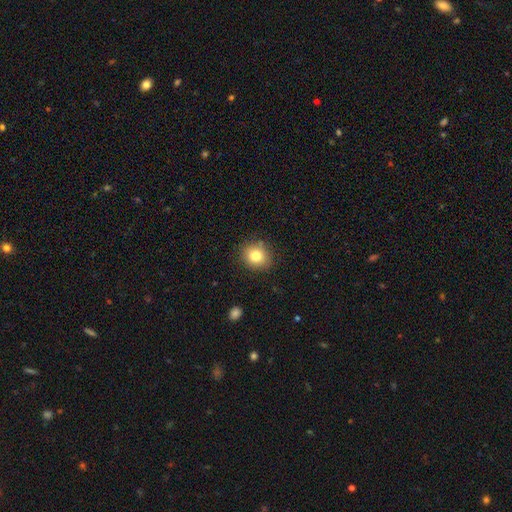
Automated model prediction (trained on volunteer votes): A smooth galaxy with no disk features (80%) that is round (75%).

Vote fractions:
- Smooth or featured? smooth: 80% / star or artifact: 11% / featured or disk: 9%
- How rounded? round: 75% / in between: 24% / cigar-shaped: 1%
- Merging? none: 86% / minor disturbance: 10% / major disturbance: 3% / merger: 2%